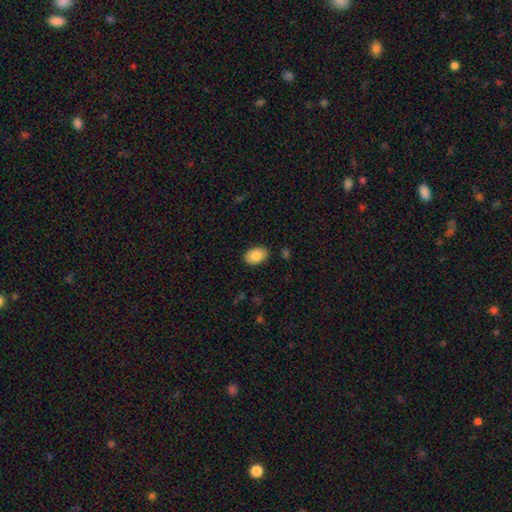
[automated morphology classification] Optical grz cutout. It shows a smooth galaxy with no disk features (86%) that is in between round and cigar-shaped (85%). Merging: none (88%).